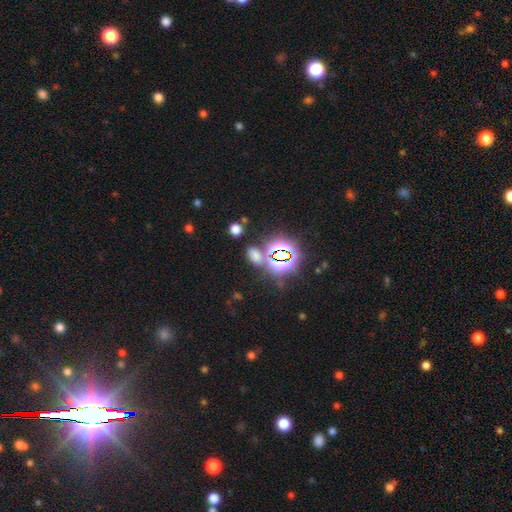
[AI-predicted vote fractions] Q: Smooth or featured?
A: smooth (47%); runner-up: star or artifact (46%)
Q: Merging?
A: none (70%); runner-up: merger (12%)